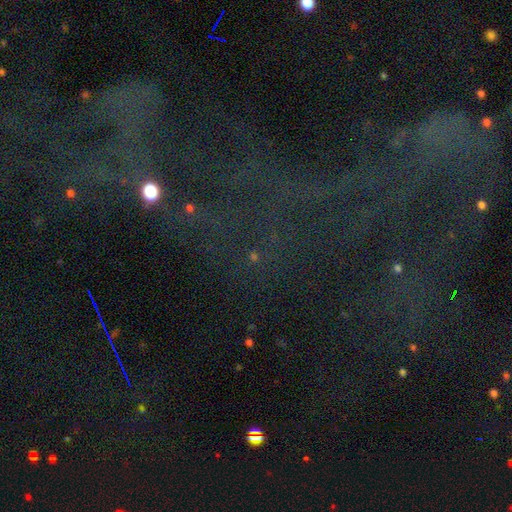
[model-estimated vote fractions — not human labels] A star or artifact, not a galaxy (73%).

Vote fractions:
- Smooth or featured? star or artifact: 73% / smooth: 13% / featured or disk: 13%